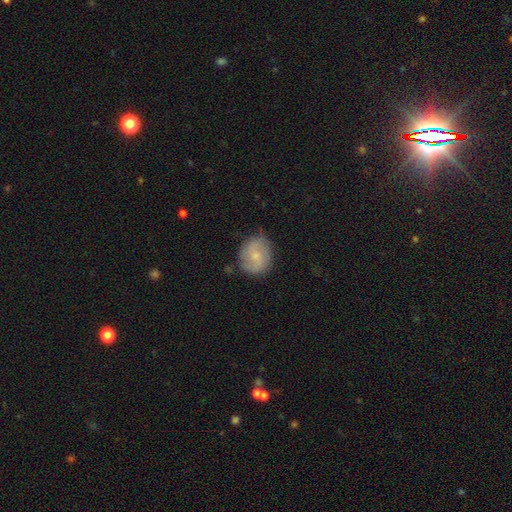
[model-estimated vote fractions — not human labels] Morphology: type=smooth (50%); merging=none (76%).